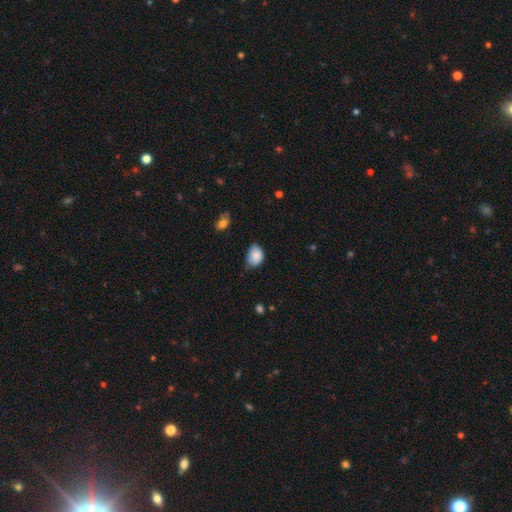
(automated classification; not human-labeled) Smooth or featured: smooth — 85% (star or artifact — 8%)
How rounded: in between — 67% (round — 32%)
Merging: none — 48% (minor disturbance — 42%)